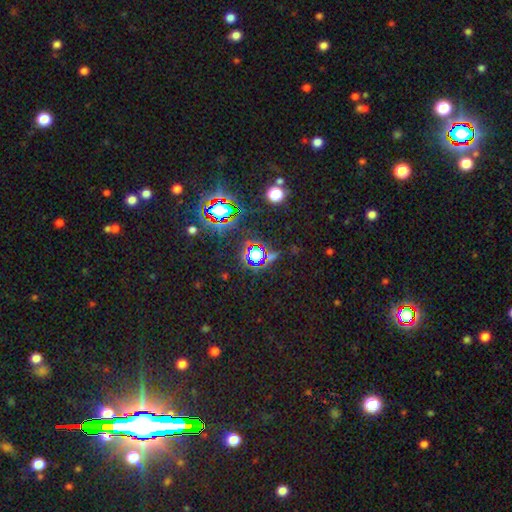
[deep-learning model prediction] smooth-or-featured: star or artifact: 72% | smooth: 18% | featured or disk: 10%